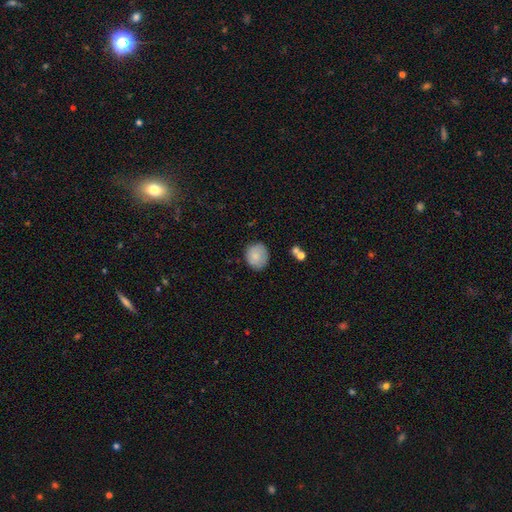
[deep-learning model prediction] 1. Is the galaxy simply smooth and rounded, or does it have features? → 80% smooth, 12% featured or disk, 8% star or artifact.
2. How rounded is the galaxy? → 72% round, 27% in between, 1% cigar-shaped.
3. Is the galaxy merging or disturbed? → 79% none, 16% minor disturbance, 3% major disturbance, 2% merger.